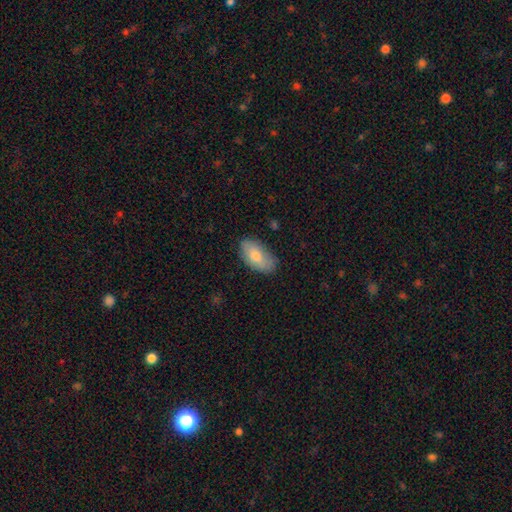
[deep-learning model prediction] This is likely a smooth galaxy (74%). How rounded: clearly in between (93%). Merging: likely none (79%).